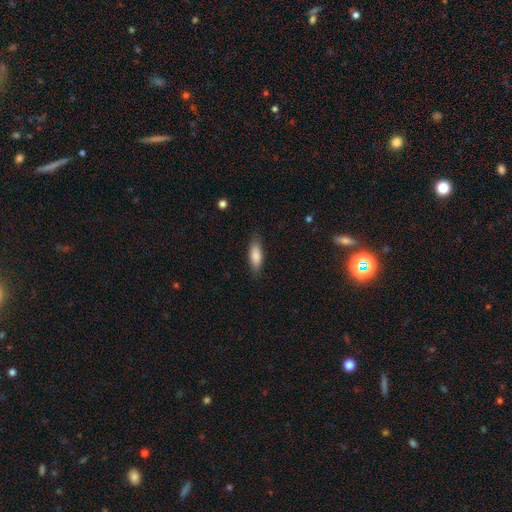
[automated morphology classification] Smooth or featured?
  - smooth: 84% *
  - featured or disk: 10%
  - star or artifact: 6%
How rounded?
  - in between: 62% *
  - cigar-shaped: 36%
  - round: 2%
Merging?
  - none: 84% *
  - minor disturbance: 12%
  - major disturbance: 3%
  - merger: 1%